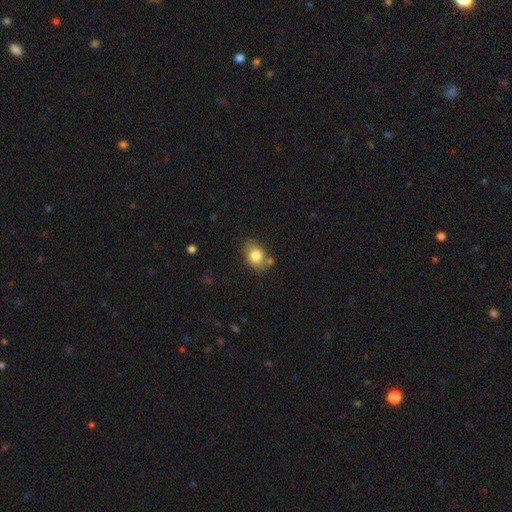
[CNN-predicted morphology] Smooth or featured?
  - smooth: 79% *
  - featured or disk: 13%
  - star or artifact: 8%
How rounded?
  - in between: 69% *
  - round: 30%
  - cigar-shaped: 1%
Merging?
  - none: 65% *
  - minor disturbance: 20%
  - merger: 10%
  - major disturbance: 5%